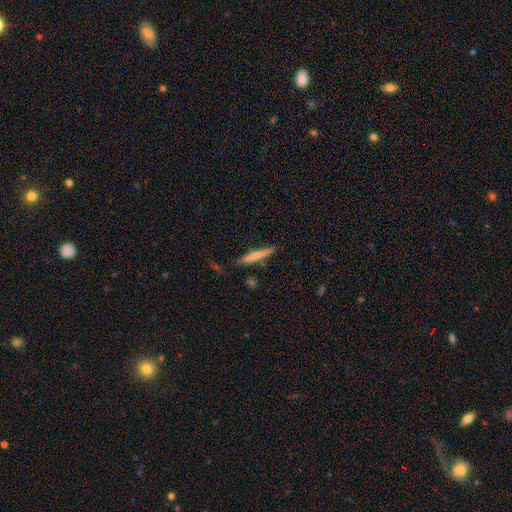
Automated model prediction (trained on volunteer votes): This appears to be a smooth galaxy with no disk features (67%) that is cigar-shaped (94%). Merging: none (81%).